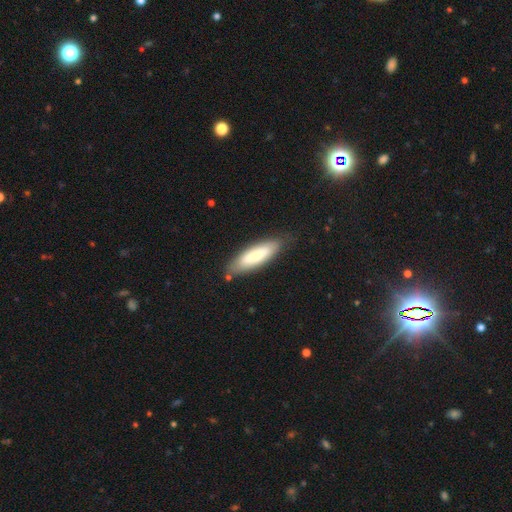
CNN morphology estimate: Overall: smooth (71%). How rounded: cigar-shaped (53%; in between 46%). Merging: none (78%).